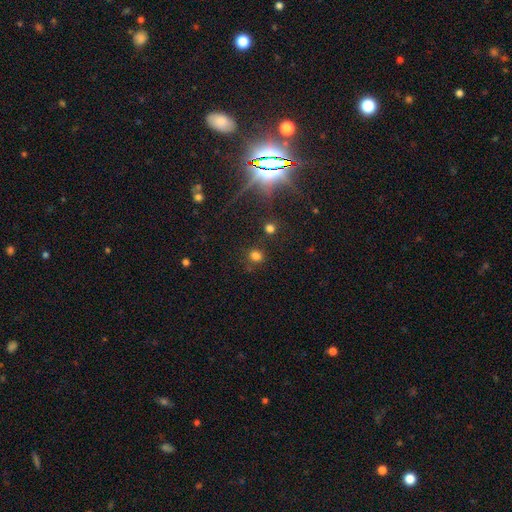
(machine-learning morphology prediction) A smooth galaxy with no disk features (74%) that is round (86%).

Vote fractions:
- Smooth or featured? smooth: 74% / star or artifact: 20% / featured or disk: 6%
- How rounded? round: 86% / in between: 13% / cigar-shaped: 1%
- Merging? none: 80% / minor disturbance: 9% / merger: 6% / major disturbance: 4%